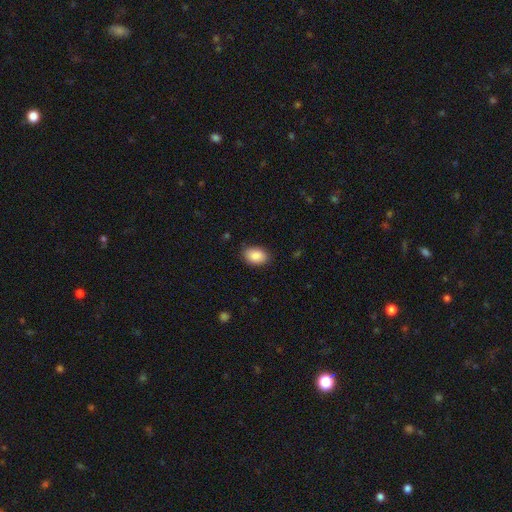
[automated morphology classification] This is clearly a smooth galaxy (89%). How rounded: clearly in between (87%). Merging: clearly none (83%).